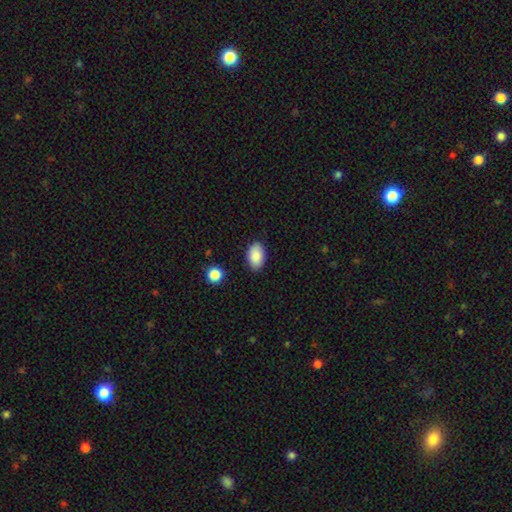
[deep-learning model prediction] Smooth or featured? smooth (89%)
How rounded? in between (91%)
Merging? none (86%)